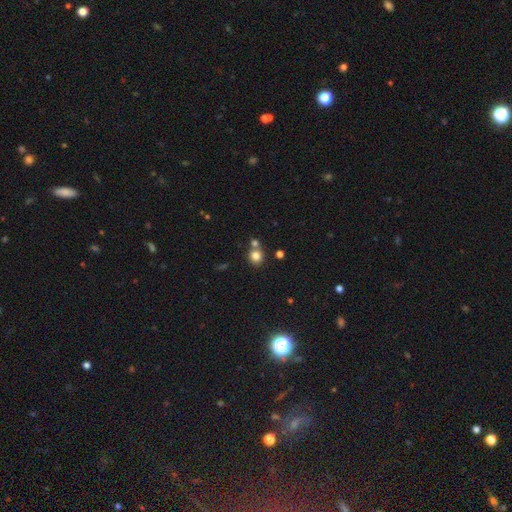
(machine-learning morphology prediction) smooth_or_featured: smooth (p=0.80) [alt: star or artifact p=0.12]
how_rounded: round (p=0.85) [alt: in between p=0.14]
merging: none (p=0.63) [alt: merger p=0.25]